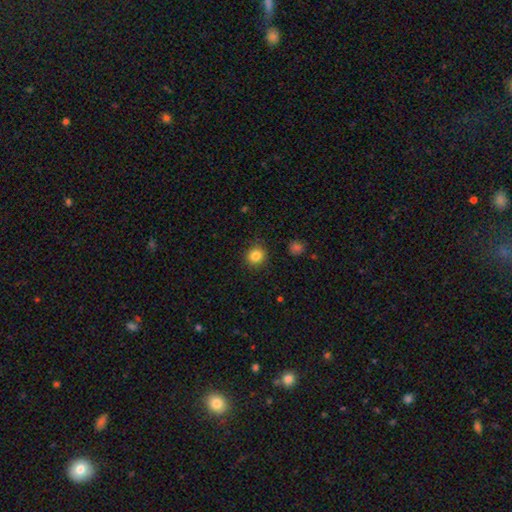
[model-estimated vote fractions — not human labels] Smooth or featured: smooth — 85% (star or artifact — 11%)
How rounded: round — 86% (in between — 13%)
Merging: none — 89% (minor disturbance — 8%)